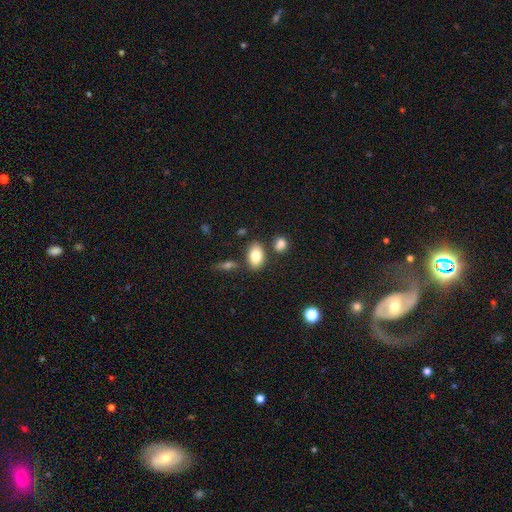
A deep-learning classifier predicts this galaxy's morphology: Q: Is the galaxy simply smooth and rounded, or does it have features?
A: smooth — 82%.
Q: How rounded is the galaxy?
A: in between — 88%.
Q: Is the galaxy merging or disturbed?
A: none — 76%.